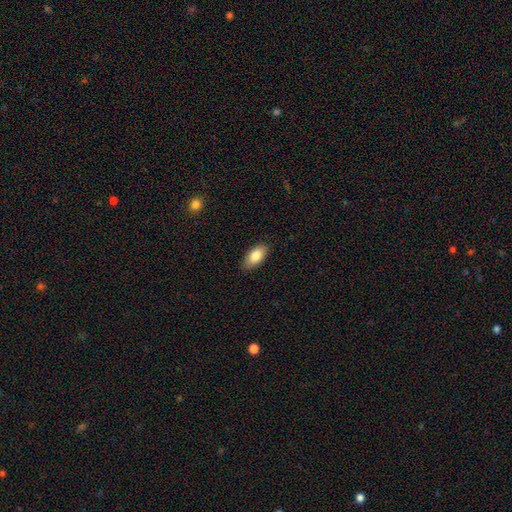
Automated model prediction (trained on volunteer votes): smooth 84%, featured or disk 9%, star or artifact 7%. Down the decision tree: how rounded — in between (91%); merging — none (87%).